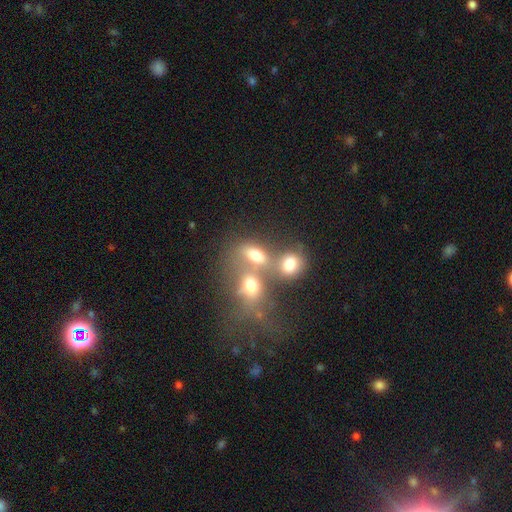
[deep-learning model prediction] A smooth galaxy with no disk features (64%) that is in between round and cigar-shaped (60%).

Vote fractions:
- Smooth or featured? smooth: 64% / featured or disk: 19% / star or artifact: 17%
- How rounded? in between: 60% / round: 36% / cigar-shaped: 4%
- Merging? merger: 55% / none: 28% / minor disturbance: 9% / major disturbance: 8%